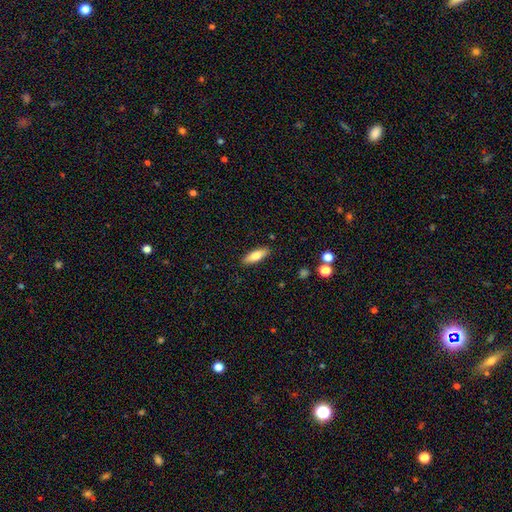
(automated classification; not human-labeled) A smooth galaxy with no disk features (76%) that is in between round and cigar-shaped (60%).

Vote fractions:
- Smooth or featured? smooth: 76% / featured or disk: 18% / star or artifact: 6%
- How rounded? in between: 60% / cigar-shaped: 38% / round: 2%
- Merging? none: 88% / minor disturbance: 8% / major disturbance: 2% / merger: 1%